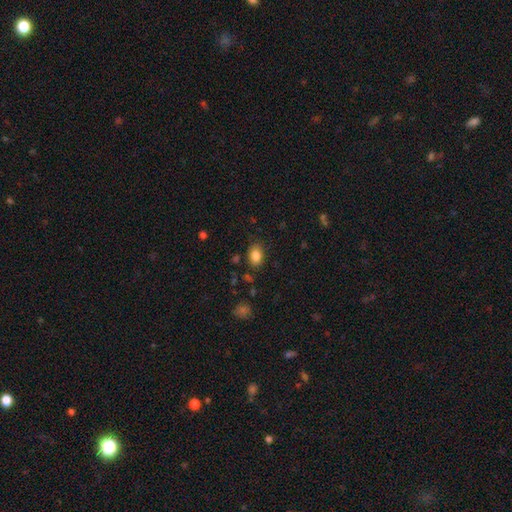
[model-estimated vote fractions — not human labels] The model was most divided on "how rounded": in between: 76%, round: 22%, cigar-shaped: 1%. More confident: smooth or featured — smooth (84%); merging — none (82%).